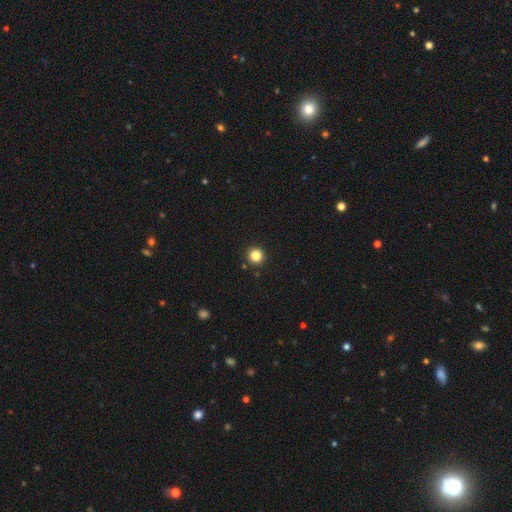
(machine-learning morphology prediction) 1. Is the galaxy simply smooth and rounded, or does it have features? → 84% smooth, 12% star or artifact, 5% featured or disk.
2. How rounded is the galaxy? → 96% round, 3% in between, 1% cigar-shaped.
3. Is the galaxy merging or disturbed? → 93% none, 4% minor disturbance, 1% merger, 1% major disturbance.